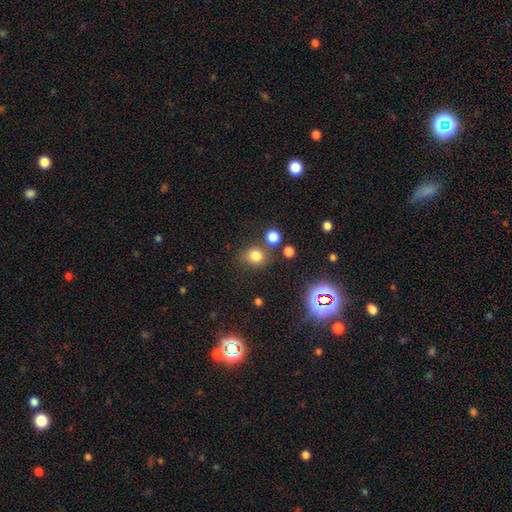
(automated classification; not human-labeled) Smooth or featured? Predicted: smooth (p=0.78). How rounded? Predicted: round (p=0.71). Merging? Predicted: none (p=0.69).